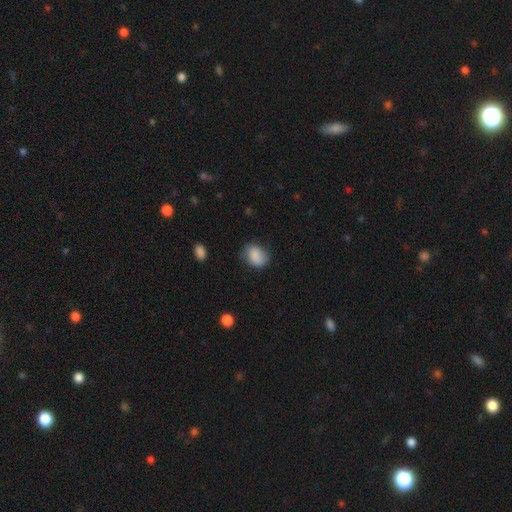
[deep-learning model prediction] This is clearly a smooth galaxy (85%). How rounded: likely in between (61%). Merging: likely none (70%).